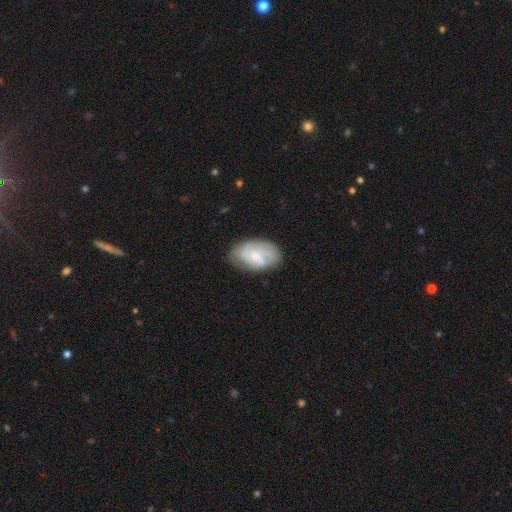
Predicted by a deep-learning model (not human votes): featured or disk 61%, smooth 32%, star or artifact 6%. Down the decision tree: edge-on disk — no (97%); bar — no (48%); spiral arms — yes (84%); bulge size — small (65%); merging — none (67%).